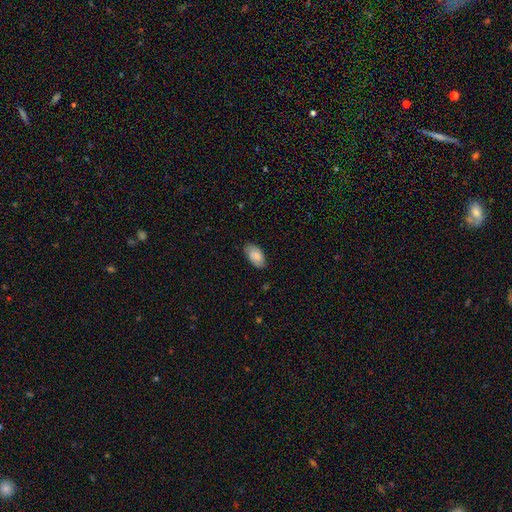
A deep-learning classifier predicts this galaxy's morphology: This is likely a smooth galaxy (68%). How rounded: clearly in between (94%). Merging: clearly none (80%).